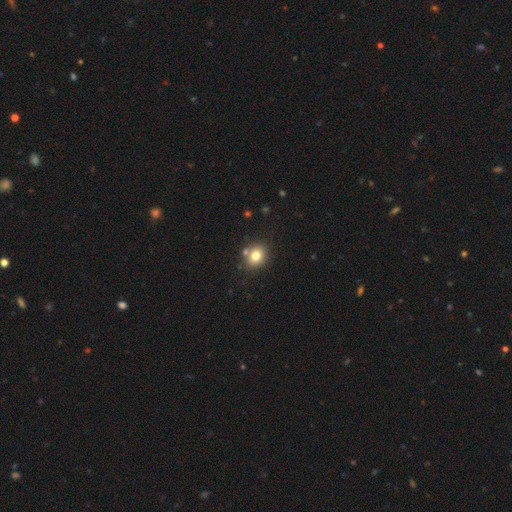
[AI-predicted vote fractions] Smooth or featured? Predicted: smooth (p=0.79). How rounded? Predicted: round (p=0.60). Merging? Predicted: none (p=0.75).